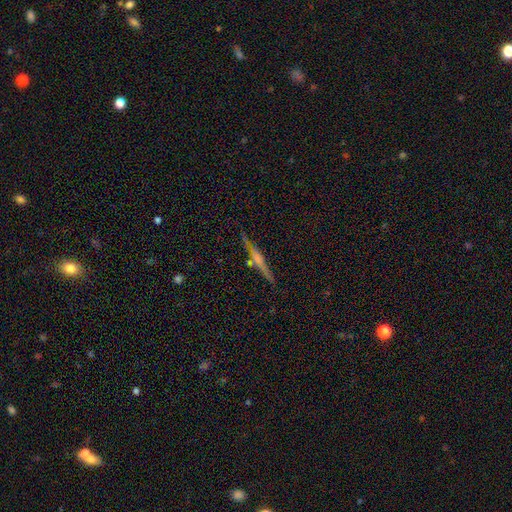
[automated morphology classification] This appears to be a featured or disk galaxy (76%) viewed edge-on (97%) with a rounded central bulge (70%). Merging: none (90%).